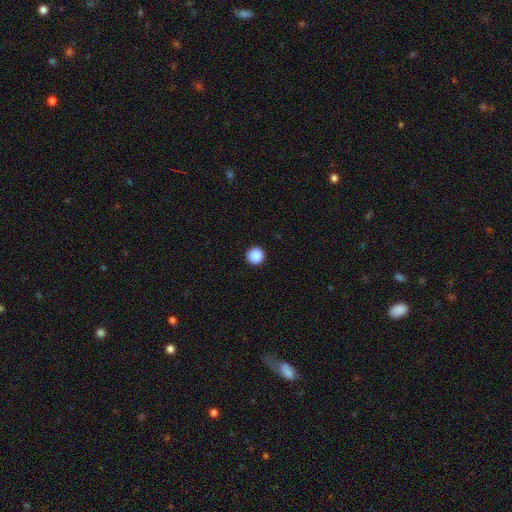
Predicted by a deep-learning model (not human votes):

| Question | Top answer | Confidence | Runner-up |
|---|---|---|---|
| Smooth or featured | smooth | 89% | star or artifact (9%) |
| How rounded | round | 96% | in between (3%) |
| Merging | none | 93% | minor disturbance (4%) |